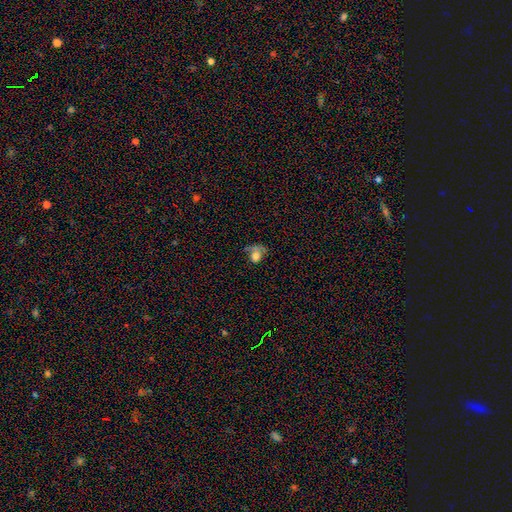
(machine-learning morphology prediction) Q: Smooth or featured?
A: smooth (66%); runner-up: featured or disk (19%)
Q: How rounded?
A: in between (50%); runner-up: round (48%)
Q: Merging?
A: major disturbance (35%); runner-up: none (32%)